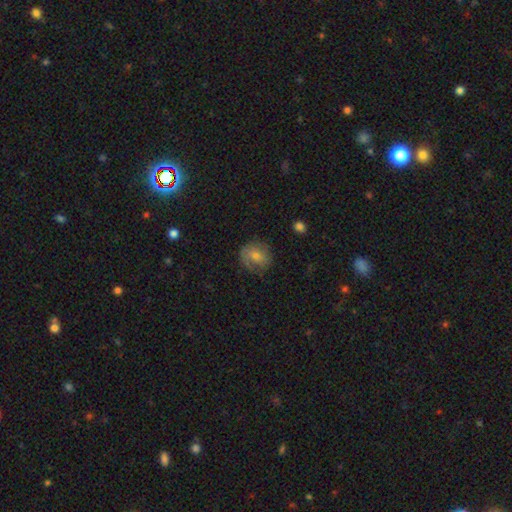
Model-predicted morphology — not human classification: This appears to be a smooth galaxy with no disk features (55%) that is round (68%). Merging: none (69%).